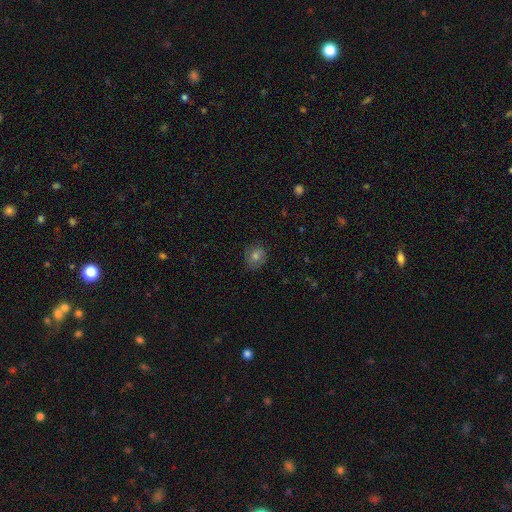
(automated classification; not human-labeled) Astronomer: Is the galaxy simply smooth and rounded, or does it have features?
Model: smooth — 64%.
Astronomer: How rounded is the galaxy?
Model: round — 69%.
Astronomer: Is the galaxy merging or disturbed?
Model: none — 79%.